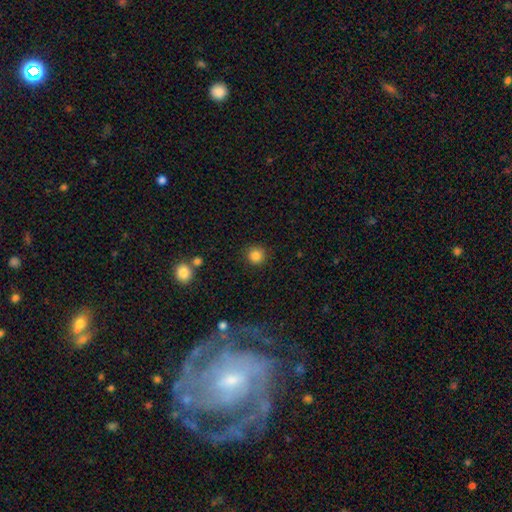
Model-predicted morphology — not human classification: Overall: smooth (85%). How rounded: round (93%). Merging: none (89%).